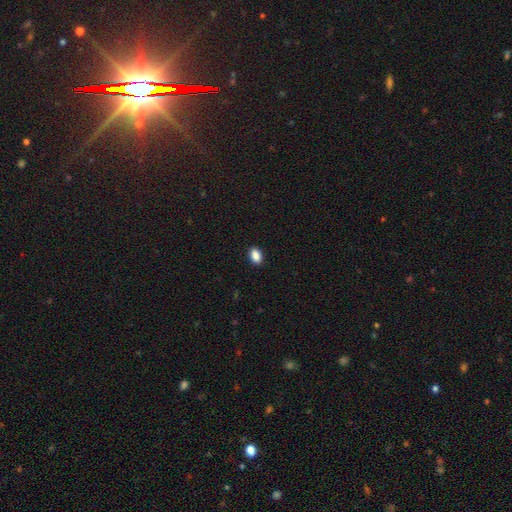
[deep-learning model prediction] smooth-or-featured: smooth: 88% | star or artifact: 8% | featured or disk: 3%
  how-rounded: in between: 86% | round: 12% | cigar-shaped: 2%
  merging: none: 91% | minor disturbance: 7% | major disturbance: 2% | merger: 1%